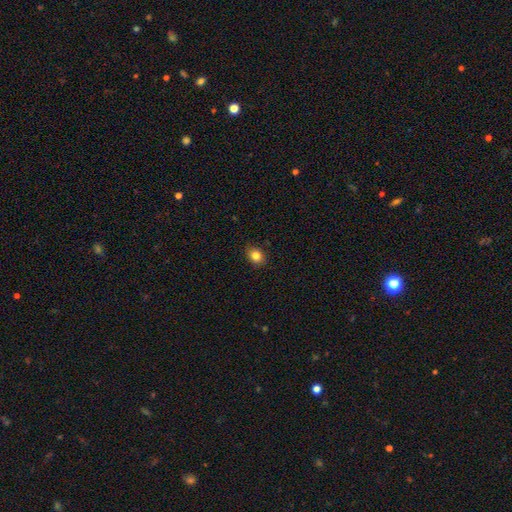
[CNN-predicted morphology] Smooth or featured: smooth — 83% (star or artifact — 11%)
How rounded: round — 54% (in between — 45%)
Merging: none — 87% (minor disturbance — 10%)